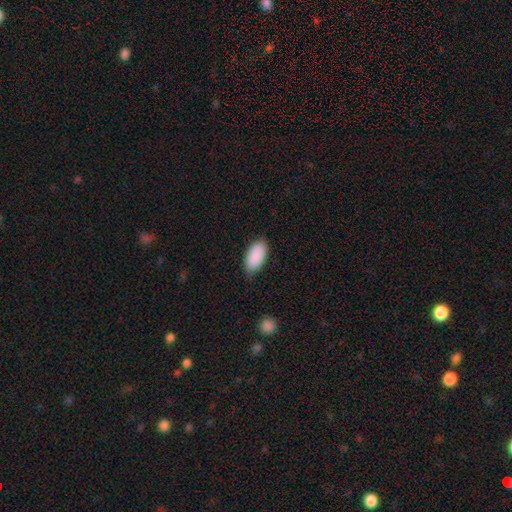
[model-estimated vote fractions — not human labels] This is clearly a smooth galaxy (90%). How rounded: clearly in between (94%). Merging: likely none (75%).